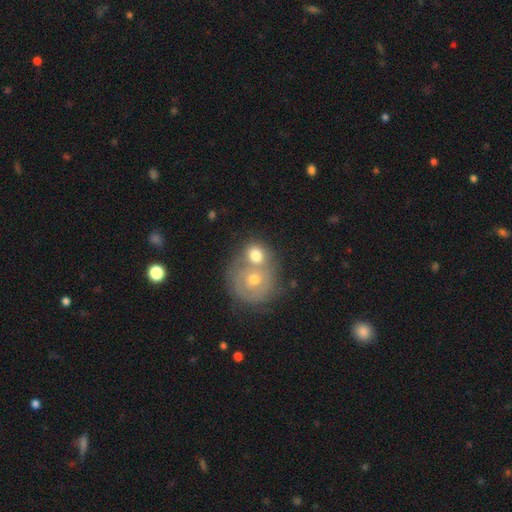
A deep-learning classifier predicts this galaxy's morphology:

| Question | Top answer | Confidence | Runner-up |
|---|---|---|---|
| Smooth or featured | smooth | 57% | featured or disk (35%) |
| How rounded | round | 76% | in between (23%) |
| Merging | merger | 56% | none (30%) |